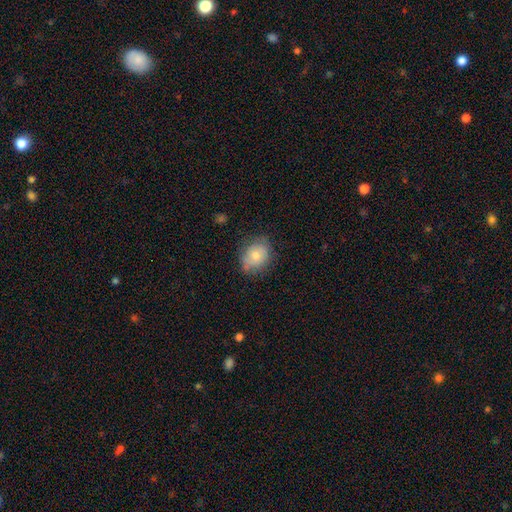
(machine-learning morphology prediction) Smooth or featured? smooth (75%)
How rounded? in between (50%)
Merging? none (73%)